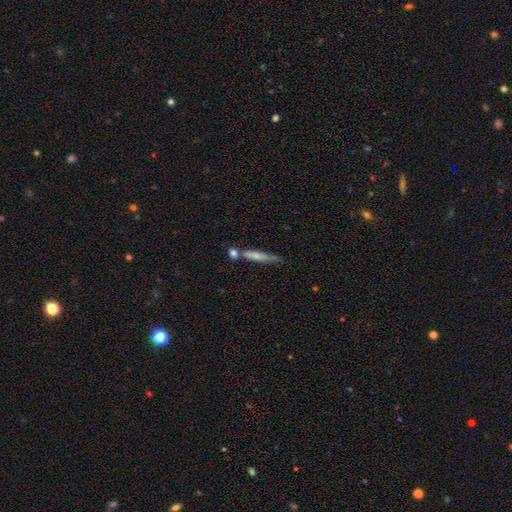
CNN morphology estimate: smooth-or-featured: smooth: 59% | featured or disk: 34% | star or artifact: 7%
  how-rounded: cigar-shaped: 88% | in between: 10% | round: 2%
  merging: none: 50% | merger: 26% | minor disturbance: 18% | major disturbance: 6%